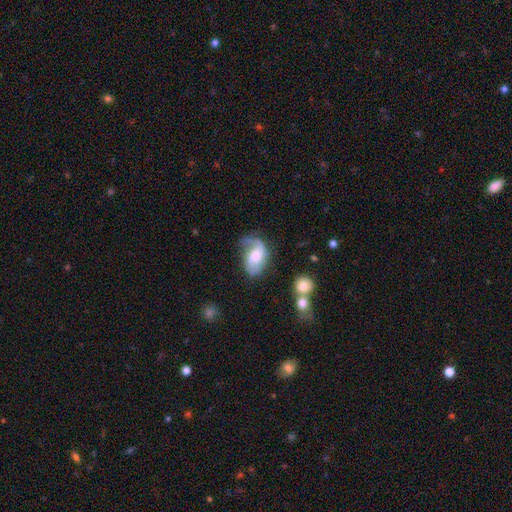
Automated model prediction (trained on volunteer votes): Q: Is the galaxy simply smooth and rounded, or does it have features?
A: featured or disk — 67%.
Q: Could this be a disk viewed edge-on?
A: no — 97%.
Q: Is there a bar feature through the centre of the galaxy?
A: no — 54%.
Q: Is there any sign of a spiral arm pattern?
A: yes — 90%.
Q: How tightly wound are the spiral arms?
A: loose — 49%.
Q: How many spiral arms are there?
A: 2 — 47%.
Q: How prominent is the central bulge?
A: moderate — 56%.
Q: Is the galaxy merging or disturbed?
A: none — 39%.